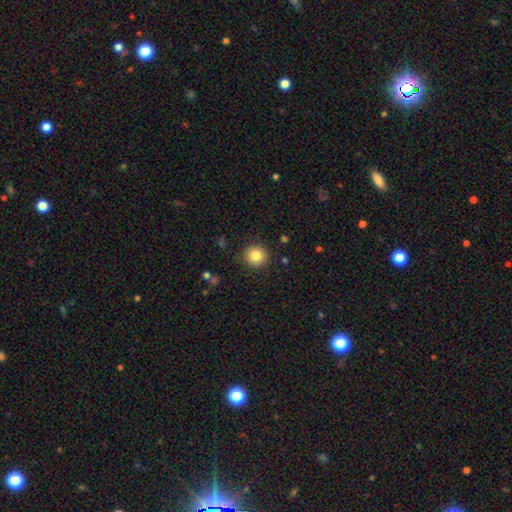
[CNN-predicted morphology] The model was most divided on "smooth or featured": smooth: 83%, star or artifact: 10%, featured or disk: 7%. More confident: how rounded — round (93%); merging — none (89%).